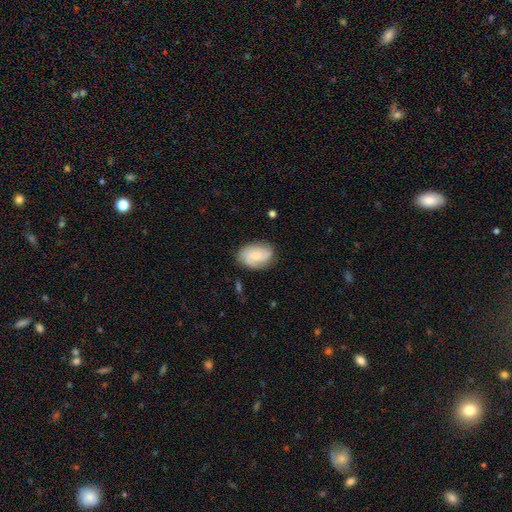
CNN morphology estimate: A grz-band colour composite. It shows a featured or disk galaxy (50%). Merging: none (76%).